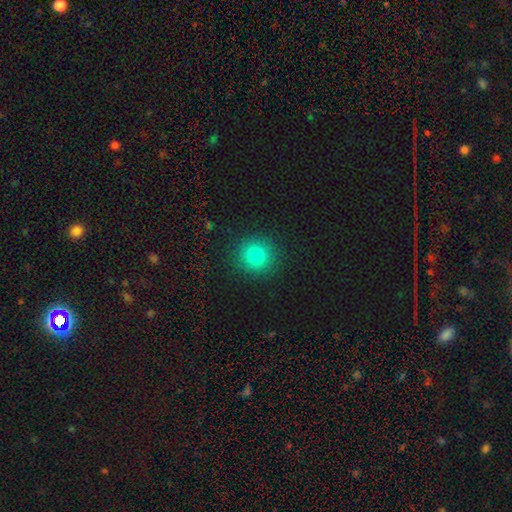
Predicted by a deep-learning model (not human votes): The model was most divided on "smooth or featured": smooth: 82%, star or artifact: 13%, featured or disk: 5%. More confident: how rounded — round (91%); merging — none (90%).